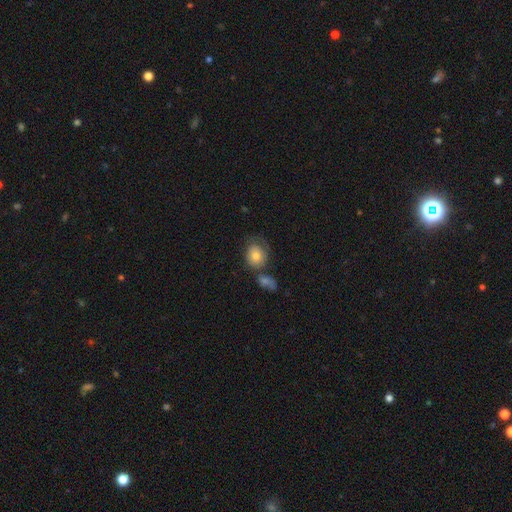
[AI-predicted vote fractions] A smooth galaxy with no disk features (75%) that is round (59%).

Vote fractions:
- Smooth or featured? smooth: 75% / featured or disk: 18% / star or artifact: 7%
- How rounded? round: 59% / in between: 40% / cigar-shaped: 1%
- Merging? none: 40% / merger: 24% / minor disturbance: 22% / major disturbance: 14%